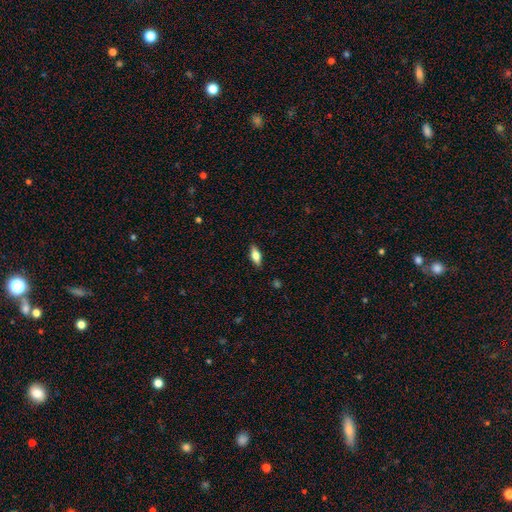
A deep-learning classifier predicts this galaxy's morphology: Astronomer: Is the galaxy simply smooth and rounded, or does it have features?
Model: smooth — 67%.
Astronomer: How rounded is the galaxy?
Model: in between — 75%.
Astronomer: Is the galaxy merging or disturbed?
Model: none — 87%.